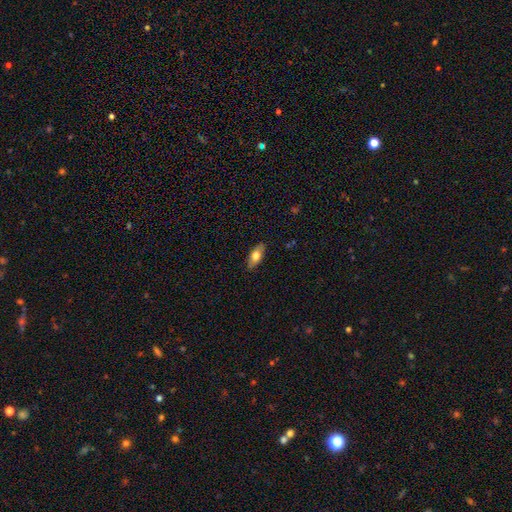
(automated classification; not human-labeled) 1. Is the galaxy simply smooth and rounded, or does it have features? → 68% smooth, 25% featured or disk, 6% star or artifact.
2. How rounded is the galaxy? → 80% in between, 16% cigar-shaped, 3% round.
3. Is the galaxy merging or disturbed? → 85% none, 12% minor disturbance, 2% major disturbance, 1% merger.